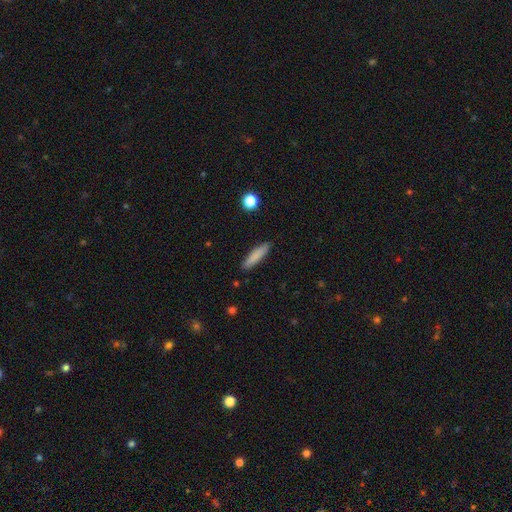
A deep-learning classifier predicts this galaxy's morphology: Smooth or featured? Predicted: smooth (p=0.84). How rounded? Predicted: cigar-shaped (p=0.80). Merging? Predicted: none (p=0.89).